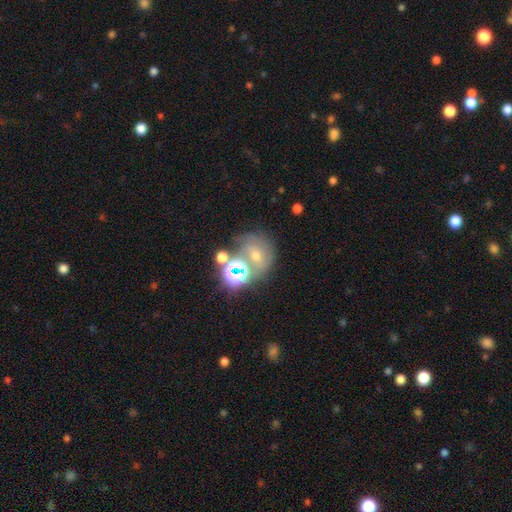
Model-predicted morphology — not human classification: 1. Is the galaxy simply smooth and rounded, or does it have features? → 42% star or artifact, 30% smooth, 28% featured or disk.